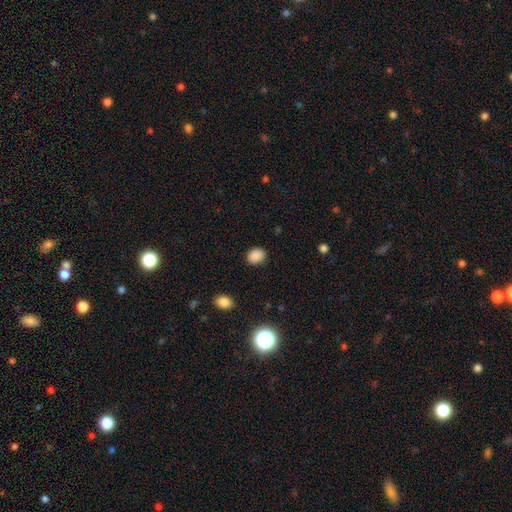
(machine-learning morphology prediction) A smooth galaxy with no disk features (88%) that is in between round and cigar-shaped (54%).

Vote fractions:
- Smooth or featured? smooth: 88% / star or artifact: 10% / featured or disk: 3%
- How rounded? in between: 54% / round: 45% / cigar-shaped: 1%
- Merging? none: 87% / minor disturbance: 9% / major disturbance: 3% / merger: 1%